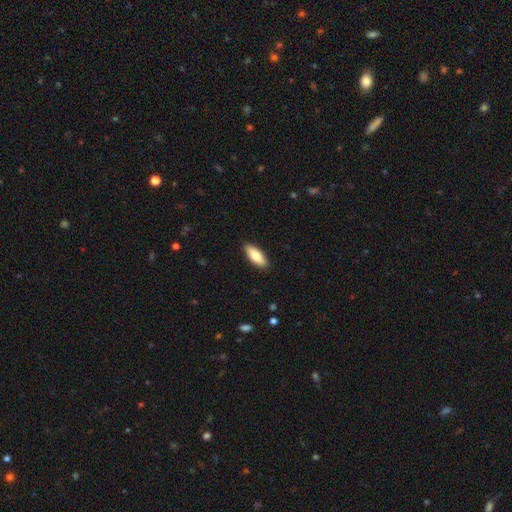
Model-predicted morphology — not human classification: Smooth or featured? Predicted: smooth (p=0.80). How rounded? Predicted: in between (p=0.74). Merging? Predicted: none (p=0.90).